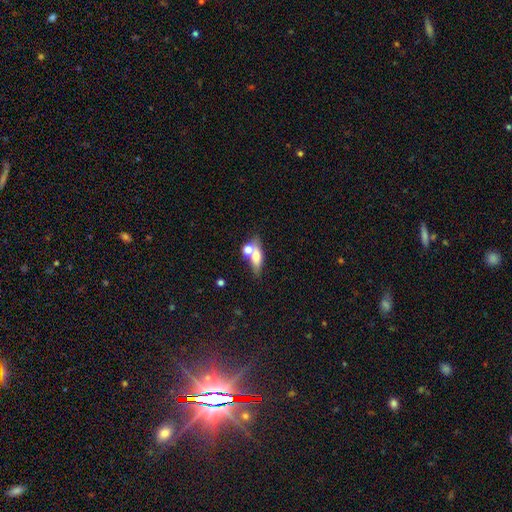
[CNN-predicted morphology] smooth-or-featured: smooth: 59% | featured or disk: 30% | star or artifact: 11%
  how-rounded: in between: 61% | cigar-shaped: 26% | round: 13%
  merging: none: 50% | merger: 32% | minor disturbance: 12% | major disturbance: 6%